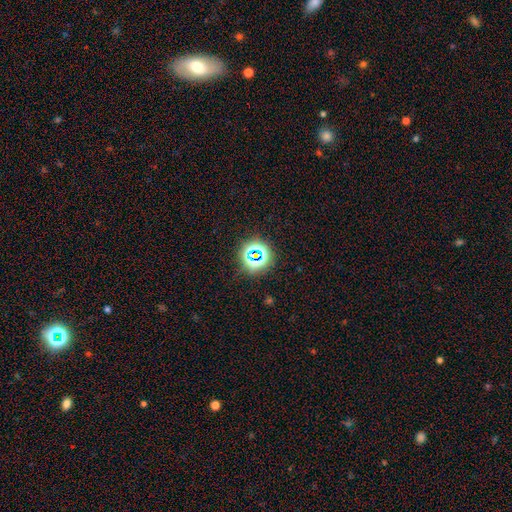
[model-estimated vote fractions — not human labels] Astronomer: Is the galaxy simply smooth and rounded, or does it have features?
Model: star or artifact — 67%.